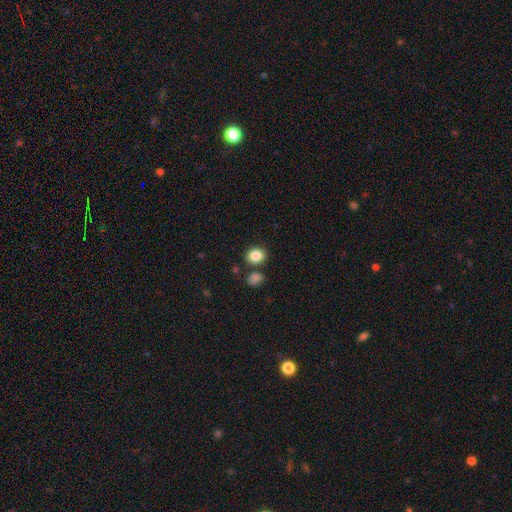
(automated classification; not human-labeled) Morphology: type=smooth (86%); roundness=round (62%); merging=none (79%).